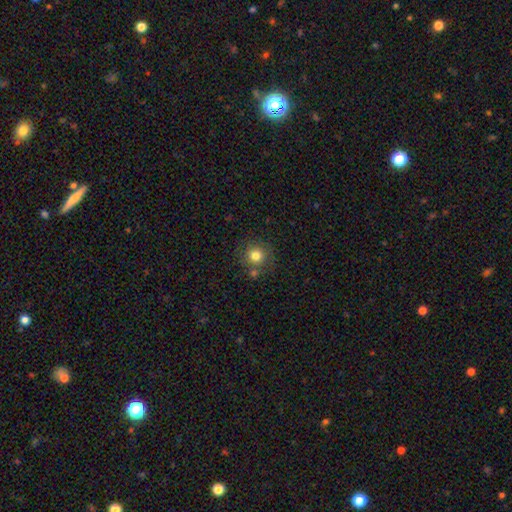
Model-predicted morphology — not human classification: A smooth galaxy with no disk features (79%) that is round (92%). Merging: none (76%).